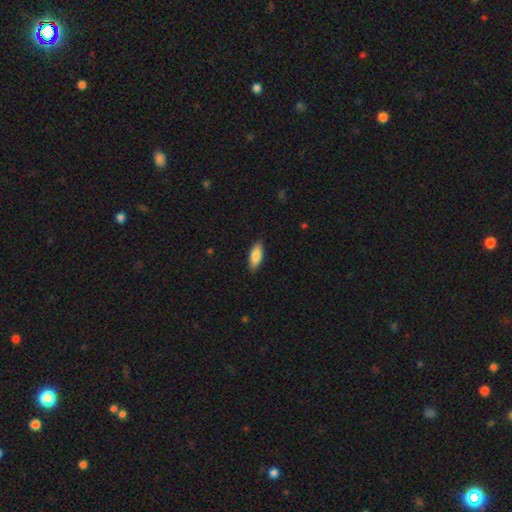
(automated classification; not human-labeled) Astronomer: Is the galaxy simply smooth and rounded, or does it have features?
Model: smooth — 86%.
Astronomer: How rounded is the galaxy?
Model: in between — 78%.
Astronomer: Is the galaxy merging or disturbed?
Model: none — 88%.